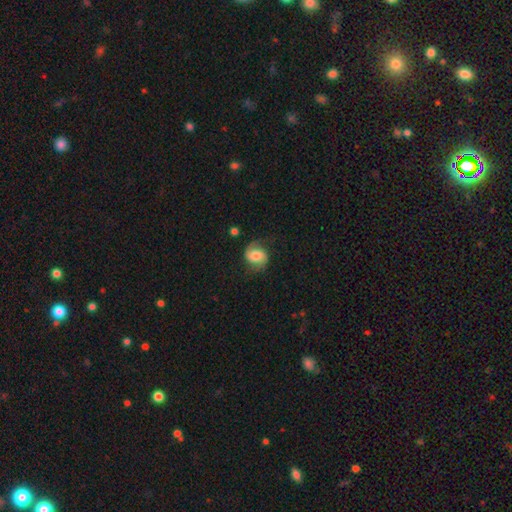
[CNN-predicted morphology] Q: Smooth or featured?
A: featured or disk (58%); runner-up: smooth (34%)
Q: Edge-on disk?
A: no (97%); runner-up: yes (3%)
Q: Bar?
A: no (52%); runner-up: weak (36%)
Q: Spiral arms?
A: yes (92%); runner-up: no (8%)
Q: Spiral winding?
A: medium (43%); runner-up: loose (39%)
Q: Spiral arm count?
A: 2 (89%); runner-up: can't tell (5%)
Q: Bulge size?
A: moderate (50%); runner-up: large (24%)
Q: Merging?
A: none (70%); runner-up: minor disturbance (19%)